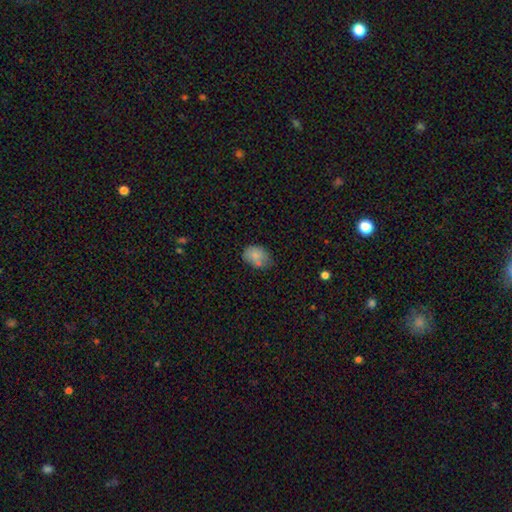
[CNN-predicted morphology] A smooth galaxy with no disk features (79%) that is in between round and cigar-shaped (70%).

Vote fractions:
- Smooth or featured? smooth: 79% / featured or disk: 12% / star or artifact: 9%
- How rounded? in between: 70% / round: 29% / cigar-shaped: 1%
- Merging? none: 55% / minor disturbance: 28% / merger: 10% / major disturbance: 7%